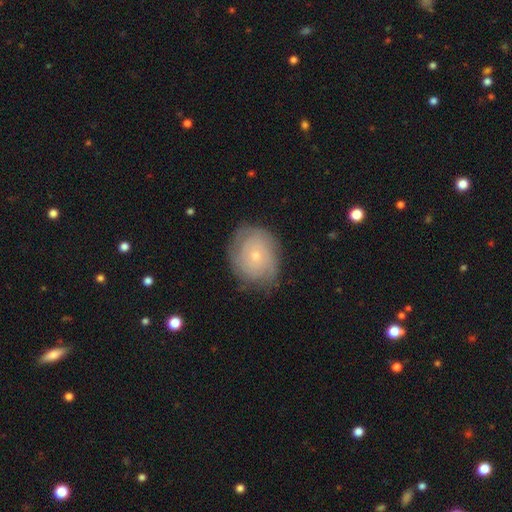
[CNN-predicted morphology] A featured or disk galaxy (54%) with no bar (85%), spiral arms (77%) and a small central bulge (74%).

Vote fractions:
- Smooth or featured? featured or disk: 54% / smooth: 38% / star or artifact: 8%
- Edge-on disk? no: 96% / yes: 4%
- Bar? no: 85% / weak: 13% / strong: 2%
- Spiral arms? yes: 77% / no: 23%
- Bulge size? small: 74% / moderate: 22% / none: 2% / large: 1% / dominant: 1%
- Merging? none: 71% / minor disturbance: 21% / major disturbance: 7% / merger: 1%